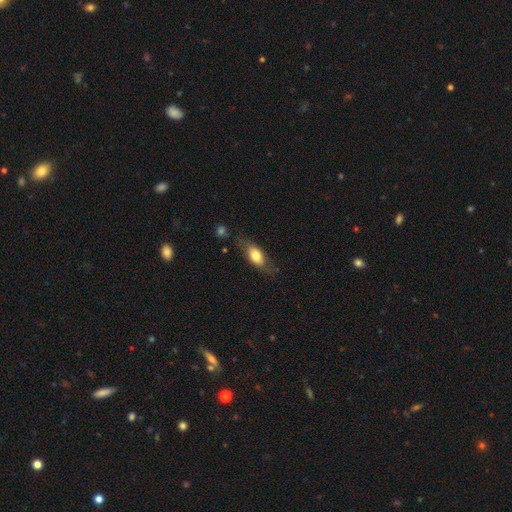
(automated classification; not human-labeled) This appears to be a smooth galaxy with no disk features (70%) that is in between round and cigar-shaped (79%). Merging: none (66%).